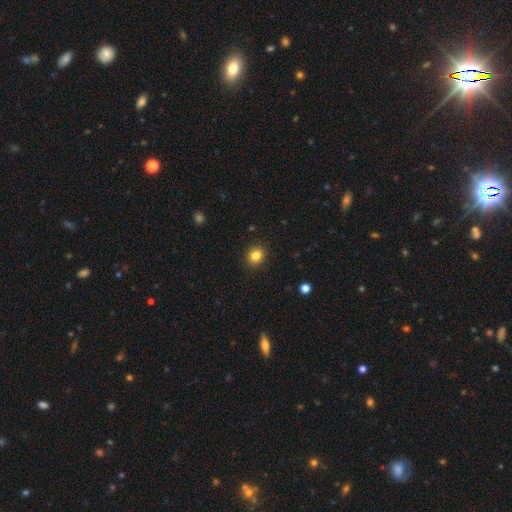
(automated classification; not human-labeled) Morphology: type=smooth (84%); roundness=round (75%); merging=none (91%).